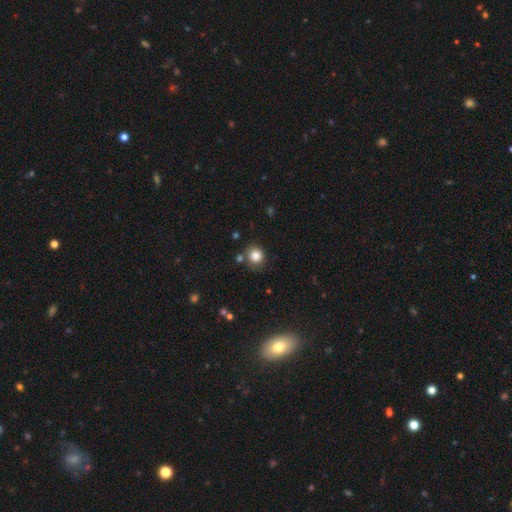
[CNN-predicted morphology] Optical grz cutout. It shows a smooth galaxy with no disk features (82%) that is round (87%). Merging: none (75%).